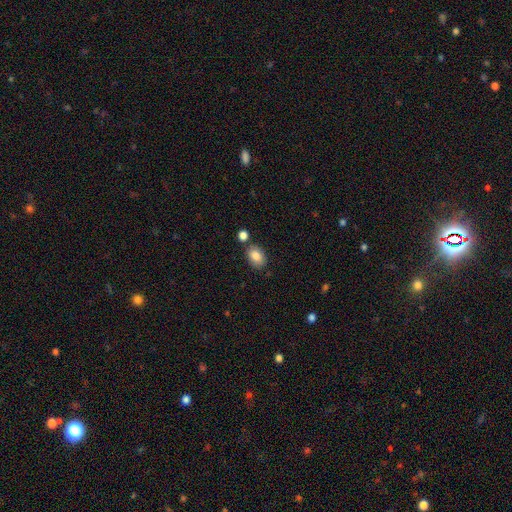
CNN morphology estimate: smooth-or-featured: smooth: 84% | star or artifact: 8% | featured or disk: 8%
  how-rounded: in between: 79% | round: 20% | cigar-shaped: 1%
  merging: none: 76% | minor disturbance: 12% | merger: 9% | major disturbance: 3%